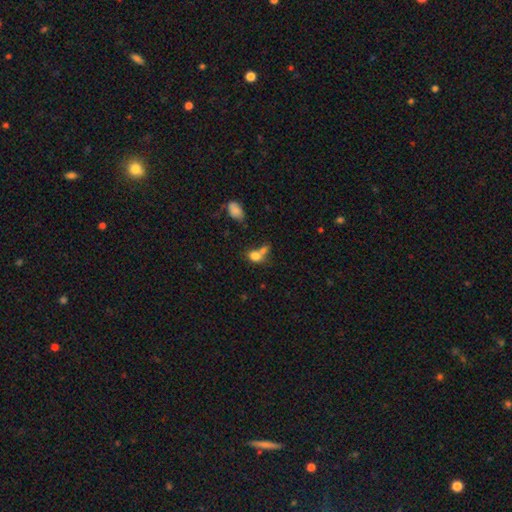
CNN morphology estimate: type=smooth (77%); roundness=in between (55%); merging=merger (49%).